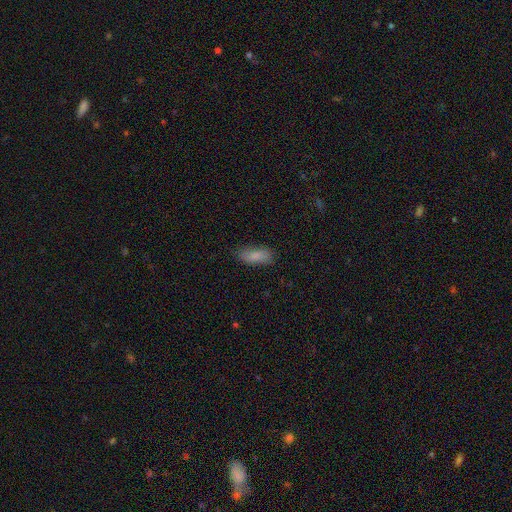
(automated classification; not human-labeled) Morphology: type=smooth (85%); roundness=in between (76%); merging=none (79%).